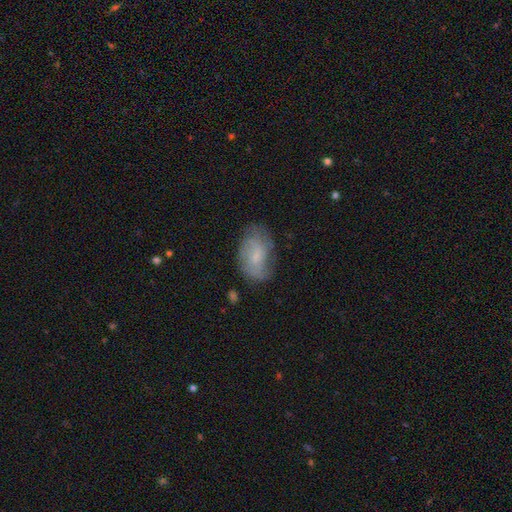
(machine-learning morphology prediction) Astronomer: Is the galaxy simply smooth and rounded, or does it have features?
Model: smooth — 49% (runner-up: featured or disk, 43%).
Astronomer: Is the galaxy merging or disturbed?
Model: none — 63%.